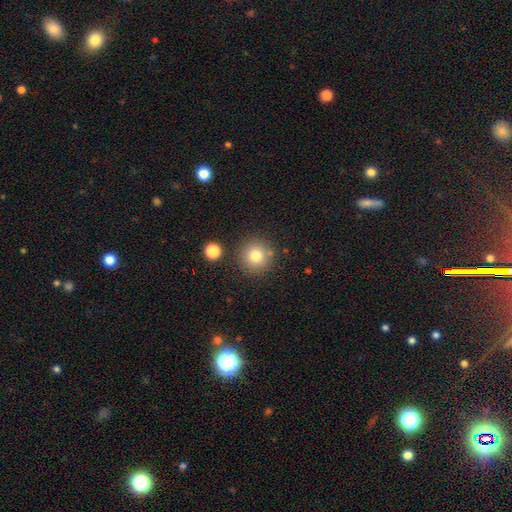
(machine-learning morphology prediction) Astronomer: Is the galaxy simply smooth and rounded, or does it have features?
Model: smooth — 78%.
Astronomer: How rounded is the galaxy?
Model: round — 95%.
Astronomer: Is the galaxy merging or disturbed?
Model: none — 84%.